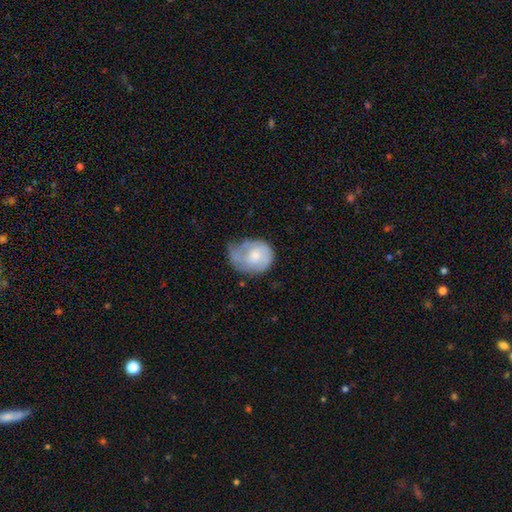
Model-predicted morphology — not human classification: This appears to be a smooth galaxy with no disk features (50%) that is round (50%). Merging: minor disturbance (39%).